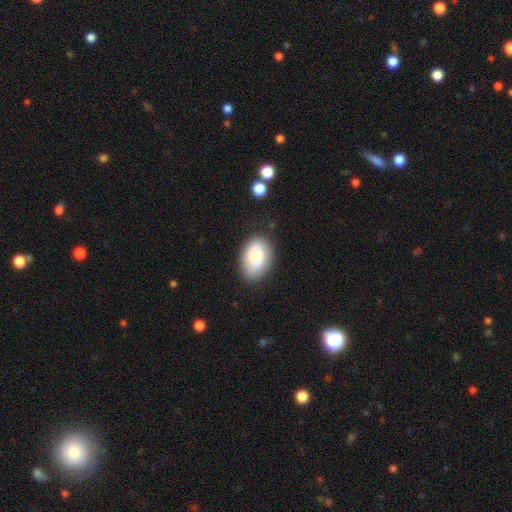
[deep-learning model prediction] Morphology: type=smooth (78%); roundness=in between (88%); merging=none (76%).